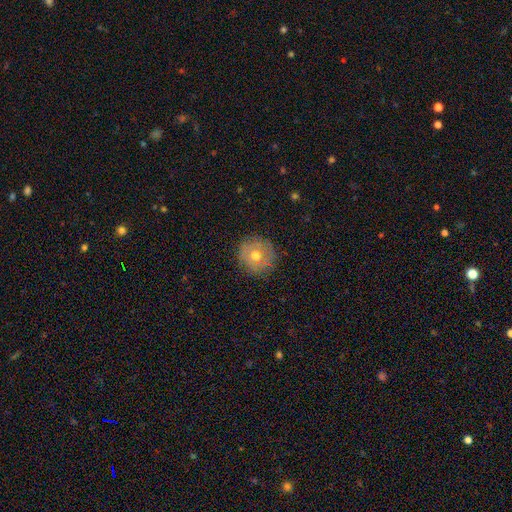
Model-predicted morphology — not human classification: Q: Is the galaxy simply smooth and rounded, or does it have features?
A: smooth — 59%.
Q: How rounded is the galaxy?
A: round — 93%.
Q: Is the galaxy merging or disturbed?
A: none — 84%.